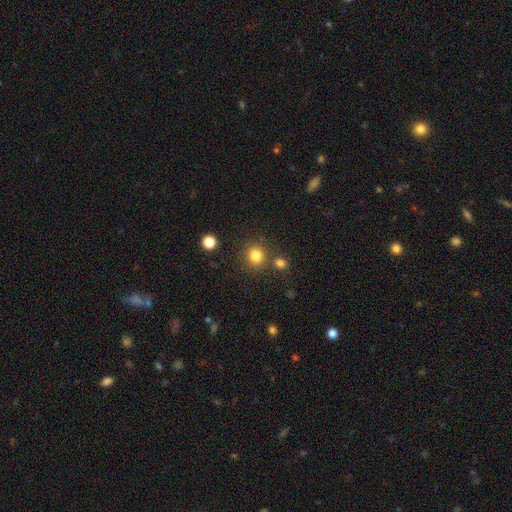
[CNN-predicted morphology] type=smooth (82%); roundness=round (87%); merging=none (77%).